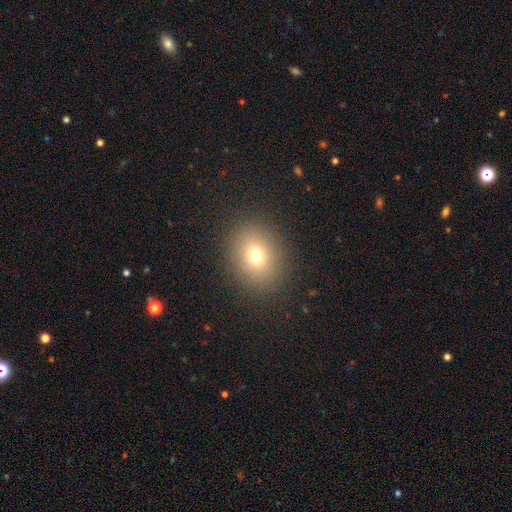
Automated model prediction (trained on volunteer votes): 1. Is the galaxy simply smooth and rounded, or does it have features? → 73% smooth, 15% star or artifact, 12% featured or disk.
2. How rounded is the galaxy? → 54% round, 45% in between, 1% cigar-shaped.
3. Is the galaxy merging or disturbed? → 88% none, 8% minor disturbance, 4% major disturbance, 1% merger.